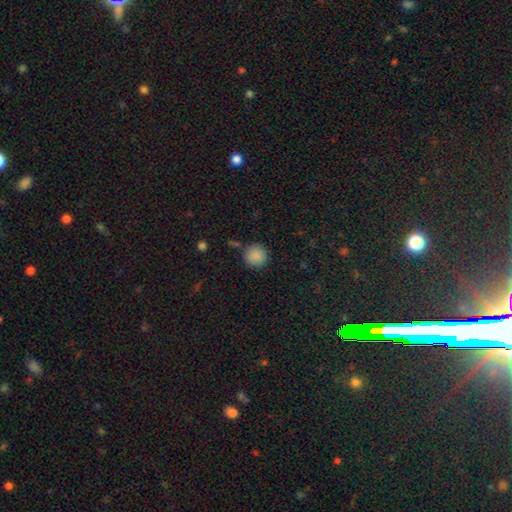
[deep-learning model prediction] The model was most divided on "merging": none: 85%, minor disturbance: 9%, merger: 3%, major disturbance: 3%. More confident: how rounded — round (93%); smooth or featured — smooth (87%).